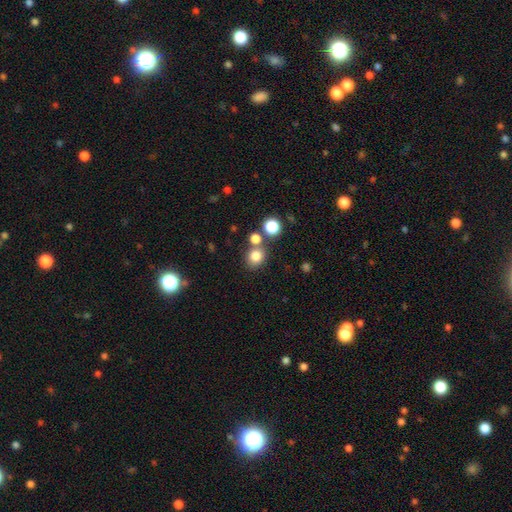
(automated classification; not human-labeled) Smooth or featured? Predicted: smooth (p=0.80). How rounded? Predicted: round (p=0.81). Merging? Predicted: none (p=0.68).